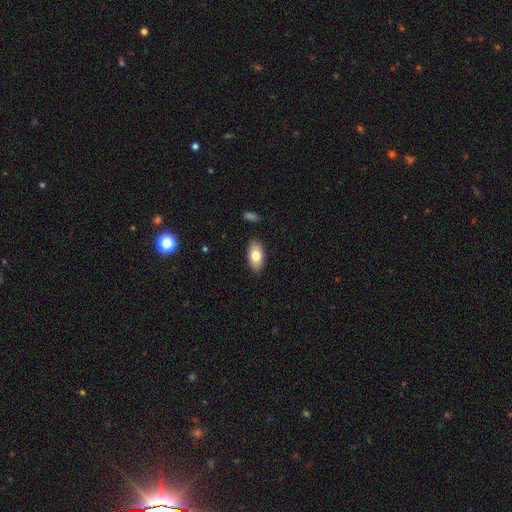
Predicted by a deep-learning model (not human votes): smooth 79%, featured or disk 14%, star or artifact 6%. Down the decision tree: how rounded — in between (94%); merging — none (88%).